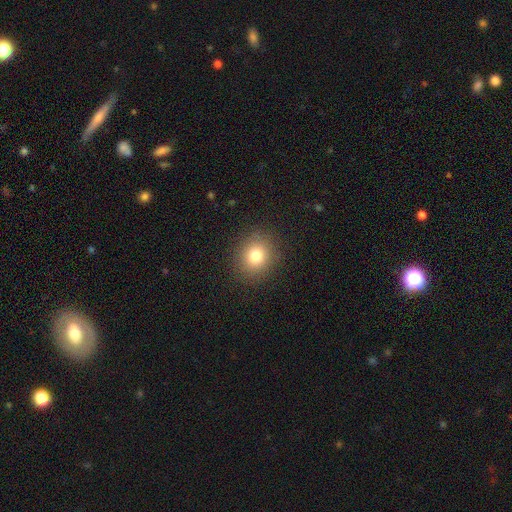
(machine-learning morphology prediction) Overall: smooth (79%). How rounded: round (77%). Merging: none (89%).